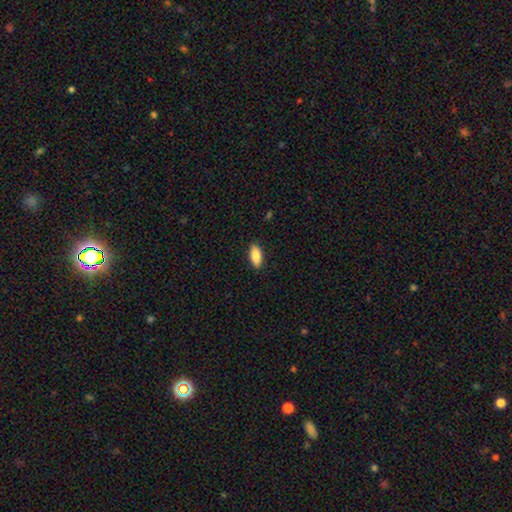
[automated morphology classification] Q: Smooth or featured?
A: smooth (86%); runner-up: featured or disk (8%)
Q: How rounded?
A: in between (87%); runner-up: cigar-shaped (11%)
Q: Merging?
A: none (89%); runner-up: minor disturbance (8%)